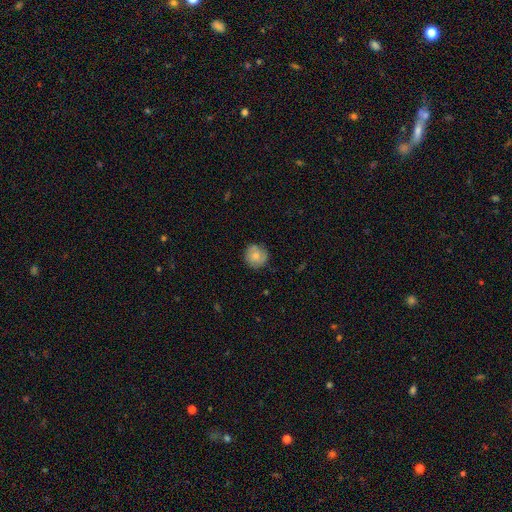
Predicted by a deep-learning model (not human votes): This is likely a smooth galaxy (68%). How rounded: clearly round (91%). Merging: likely none (80%).